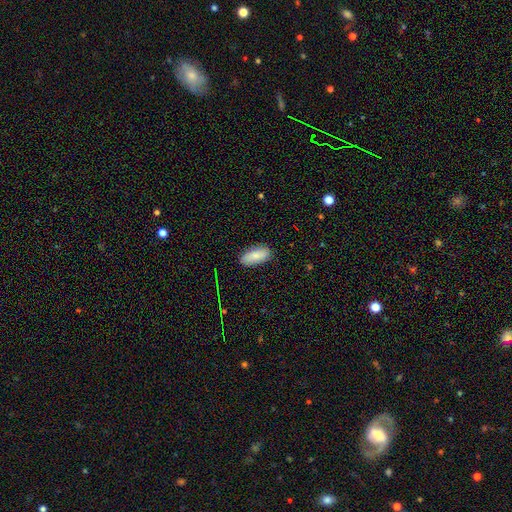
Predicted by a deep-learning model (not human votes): Smooth or featured? smooth (84%)
How rounded? in between (83%)
Merging? none (86%)